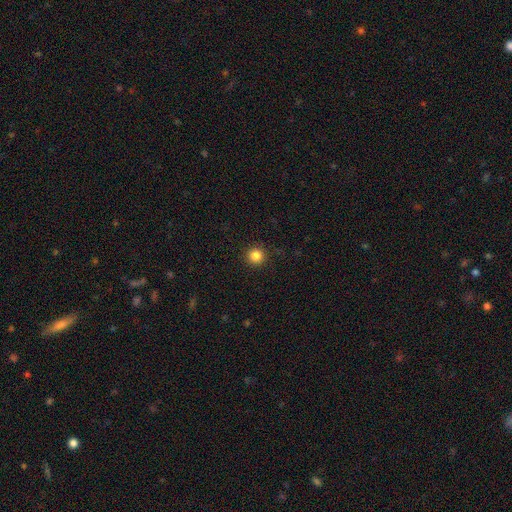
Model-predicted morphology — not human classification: A smooth galaxy with no disk features (85%) that is round (95%). Merging: none (92%).